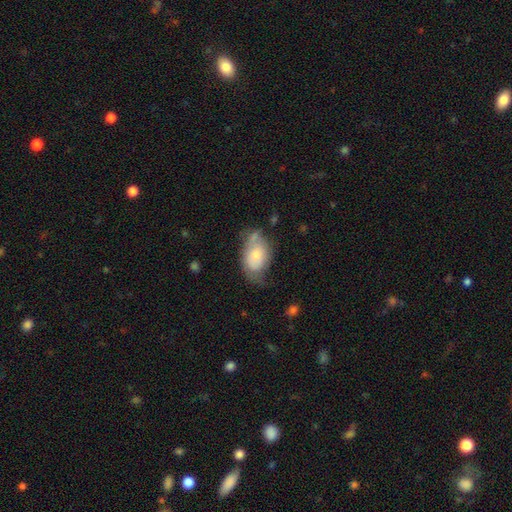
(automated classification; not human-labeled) Smooth or featured? smooth (63%)
How rounded? in between (89%)
Merging? none (40%)